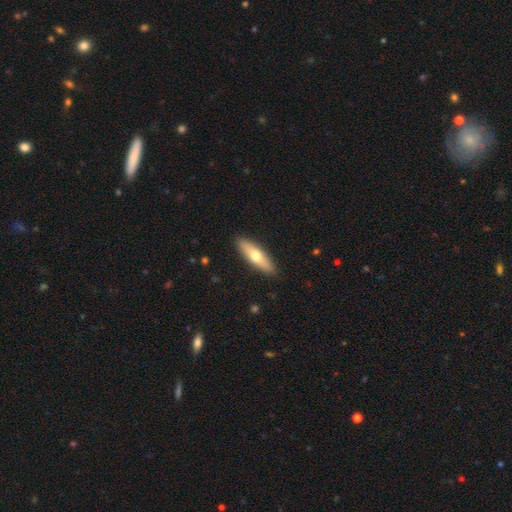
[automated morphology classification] This appears to be a smooth galaxy with no disk features (59%) that is cigar-shaped (53%). Merging: none (89%).